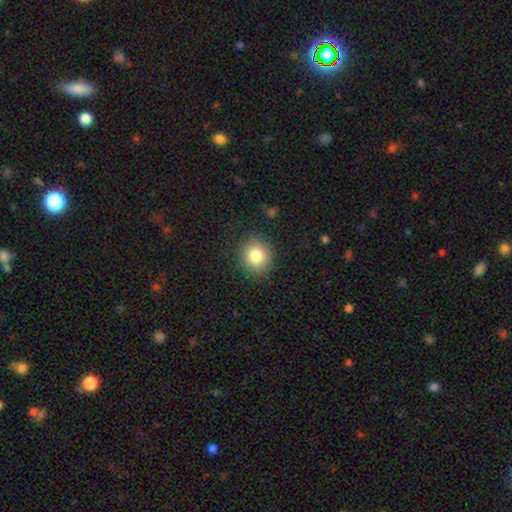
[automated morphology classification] Q: Smooth or featured?
A: smooth (82%); runner-up: star or artifact (10%)
Q: How rounded?
A: round (81%); runner-up: in between (19%)
Q: Merging?
A: none (86%); runner-up: minor disturbance (9%)